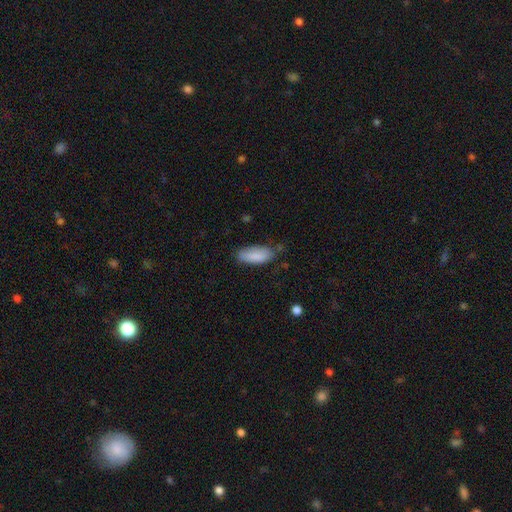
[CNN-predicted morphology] Smooth or featured? smooth (88%)
How rounded? in between (83%)
Merging? none (69%)